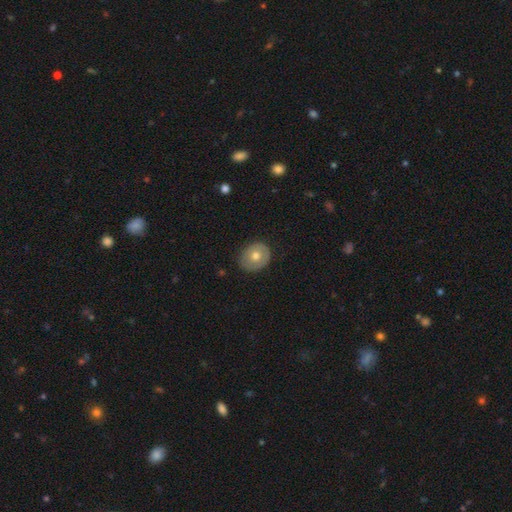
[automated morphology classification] Smooth or featured: smooth — 63% (featured or disk — 30%)
How rounded: round — 72% (in between — 27%)
Merging: none — 84% (minor disturbance — 12%)